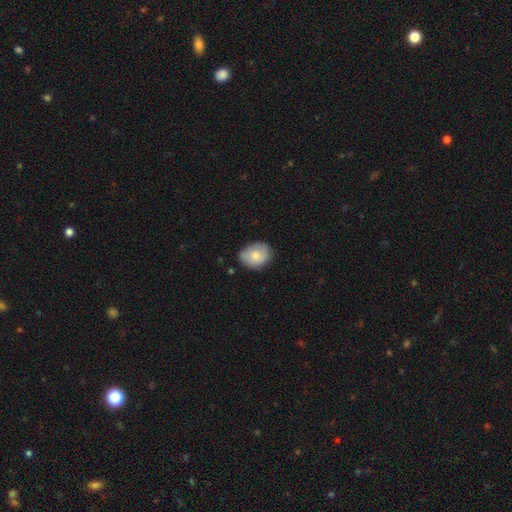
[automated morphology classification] A smooth galaxy with no disk features (74%) that is in between round and cigar-shaped (55%). Merging: none (70%).